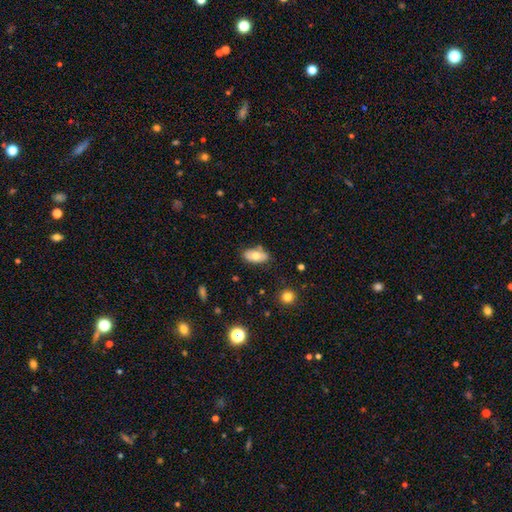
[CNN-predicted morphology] Smooth or featured? Predicted: smooth (p=0.67). How rounded? Predicted: in between (p=0.92). Merging? Predicted: none (p=0.79).